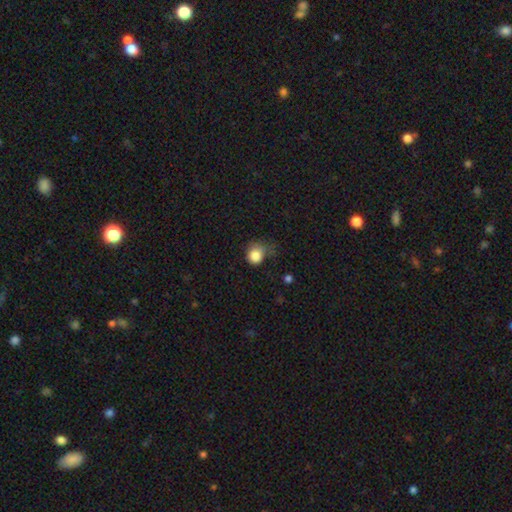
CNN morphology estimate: Smooth or featured? smooth (85%)
How rounded? round (80%)
Merging? none (42%)